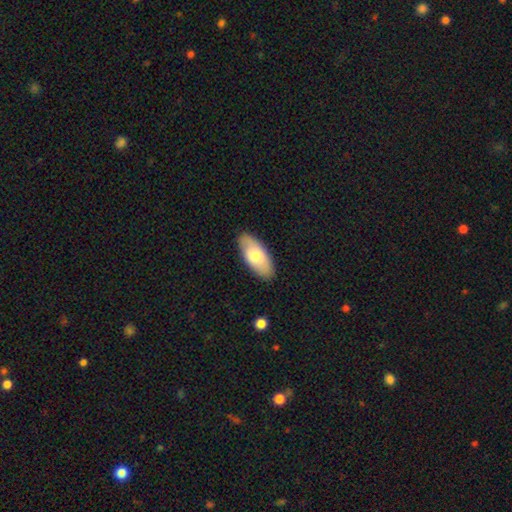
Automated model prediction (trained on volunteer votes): Q: Smooth or featured?
A: smooth (72%); runner-up: featured or disk (23%)
Q: How rounded?
A: in between (89%); runner-up: cigar-shaped (9%)
Q: Merging?
A: none (87%); runner-up: minor disturbance (10%)